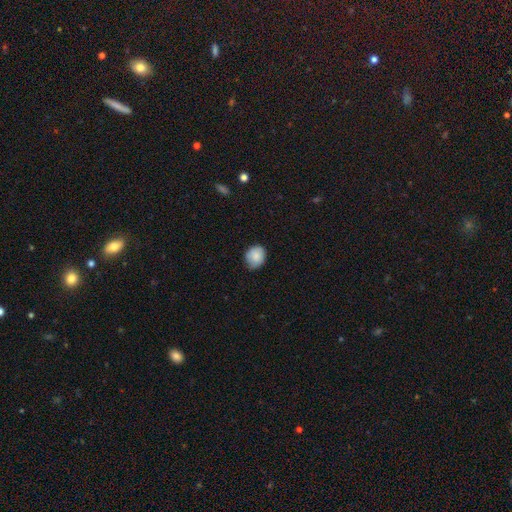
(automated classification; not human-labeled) smooth_or_featured: smooth (p=0.85) [alt: featured or disk p=0.08]
how_rounded: round (p=0.65) [alt: in between p=0.34]
merging: none (p=0.76) [alt: minor disturbance p=0.20]